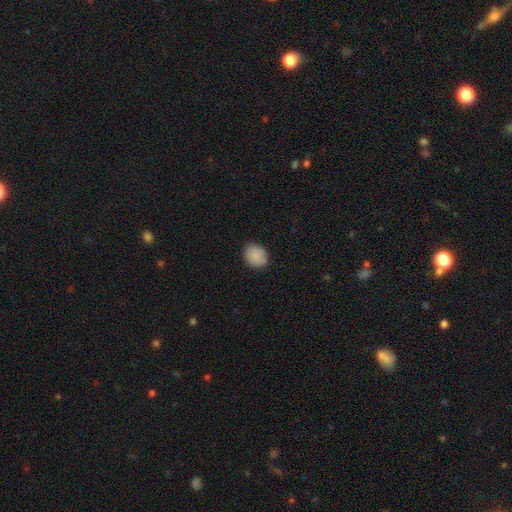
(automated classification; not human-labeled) Smooth or featured: smooth — 86% (star or artifact — 7%)
How rounded: round — 57% (in between — 42%)
Merging: none — 86% (minor disturbance — 11%)